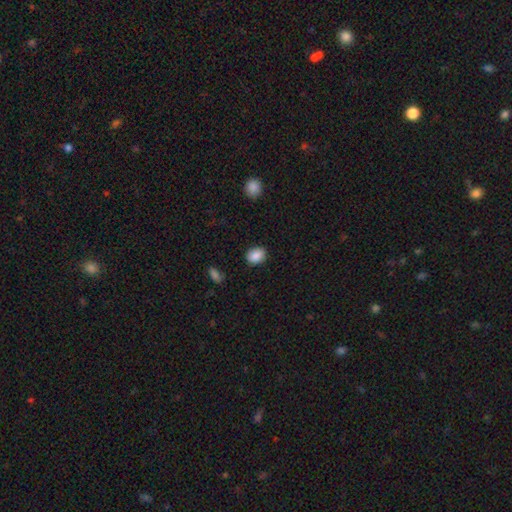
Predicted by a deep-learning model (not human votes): Smooth or featured? smooth (88%)
How rounded? in between (57%)
Merging? none (85%)